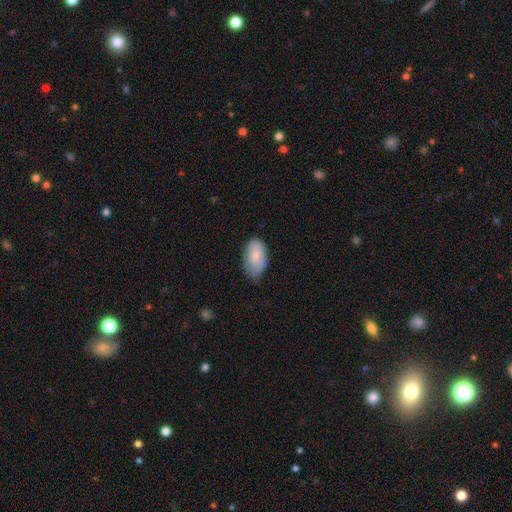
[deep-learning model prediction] The model was most divided on "merging": none: 65%, minor disturbance: 29%, major disturbance: 5%, merger: 1%. More confident: how rounded — in between (95%); smooth or featured — smooth (80%).